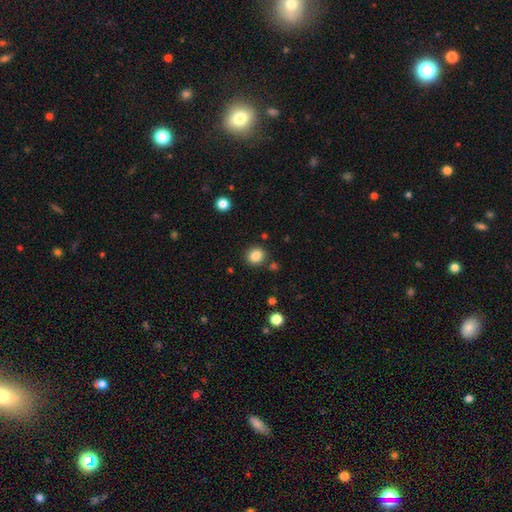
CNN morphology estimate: type=smooth (85%); roundness=round (85%); merging=none (87%).